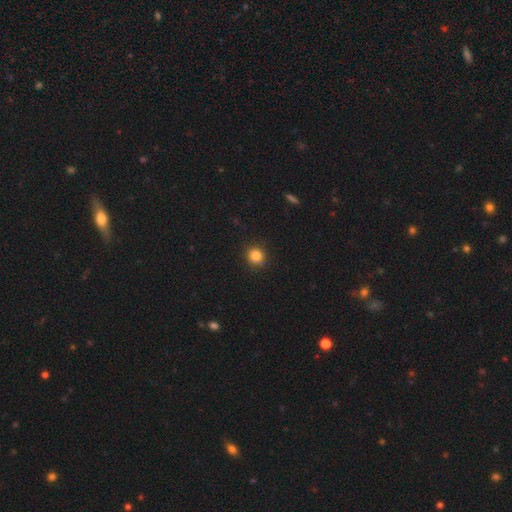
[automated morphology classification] type=smooth (85%); roundness=round (87%); merging=none (90%).